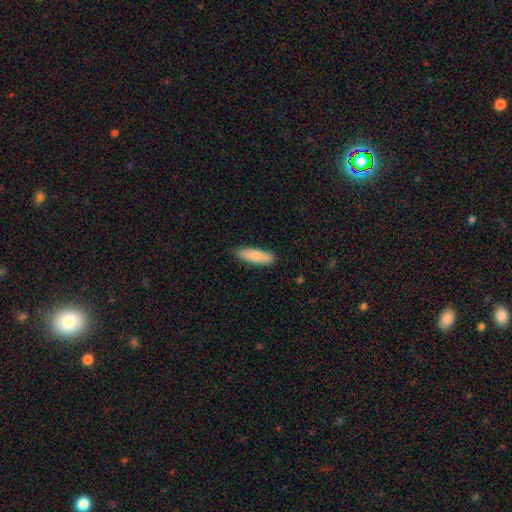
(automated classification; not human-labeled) smooth_or_featured: smooth (p=0.85) [alt: featured or disk p=0.09]
how_rounded: cigar-shaped (p=0.52) [alt: in between p=0.46]
merging: none (p=0.86) [alt: minor disturbance p=0.11]